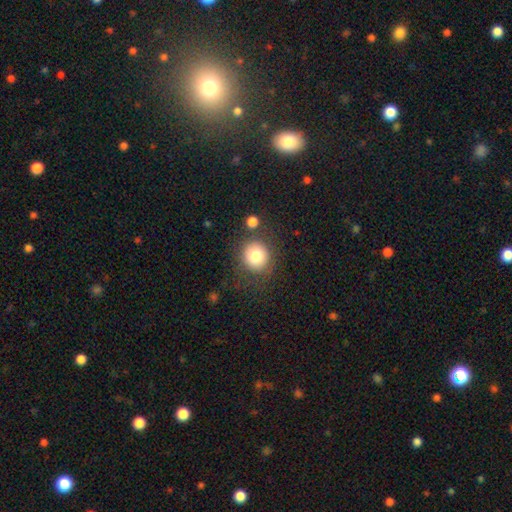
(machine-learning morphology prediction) smooth_or_featured: smooth (p=0.79) [alt: star or artifact p=0.11]
how_rounded: round (p=0.87) [alt: in between p=0.12]
merging: none (p=0.77) [alt: minor disturbance p=0.11]